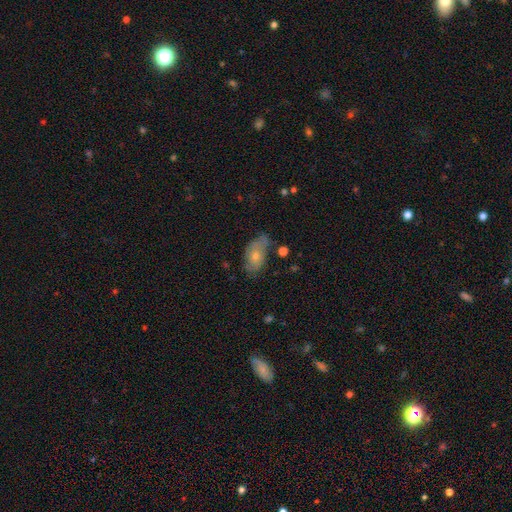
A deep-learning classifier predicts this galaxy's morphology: smooth_or_featured: smooth (p=0.60) [alt: featured or disk p=0.33]
how_rounded: in between (p=0.89) [alt: round p=0.07]
merging: none (p=0.47) [alt: minor disturbance p=0.34]